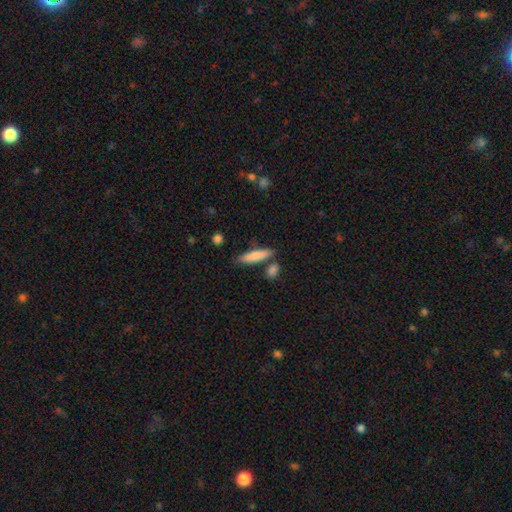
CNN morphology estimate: A smooth galaxy with no disk features (82%) that is cigar-shaped (77%).

Vote fractions:
- Smooth or featured? smooth: 82% / featured or disk: 13% / star or artifact: 5%
- How rounded? cigar-shaped: 77% / in between: 21% / round: 2%
- Merging? none: 76% / minor disturbance: 12% / merger: 9% / major disturbance: 3%